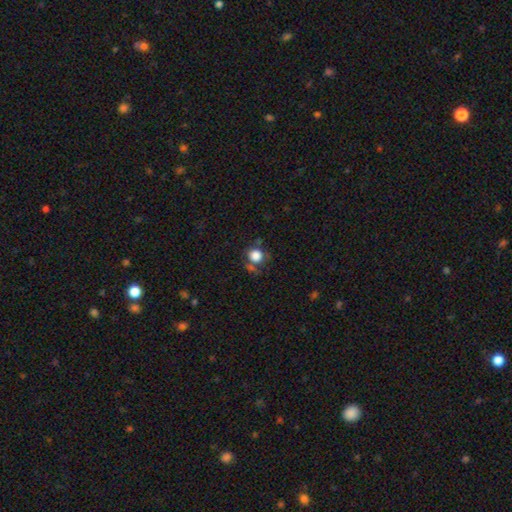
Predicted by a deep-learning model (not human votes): This appears to be a smooth galaxy with no disk features (81%) that is round (86%). Merging: none (61%).